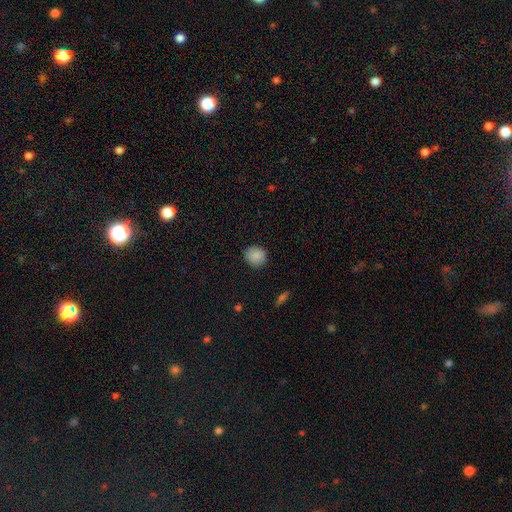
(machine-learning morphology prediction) Smooth or featured? smooth (88%)
How rounded? round (83%)
Merging? none (87%)